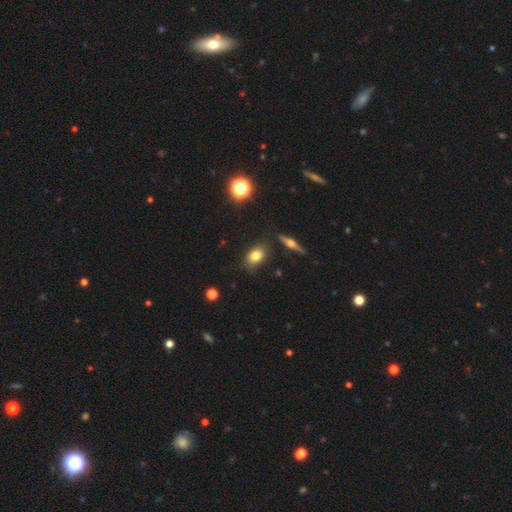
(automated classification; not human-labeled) smooth_or_featured: smooth (p=0.77) [alt: featured or disk p=0.13]
how_rounded: in between (p=0.77) [alt: round p=0.19]
merging: none (p=0.82) [alt: minor disturbance p=0.12]